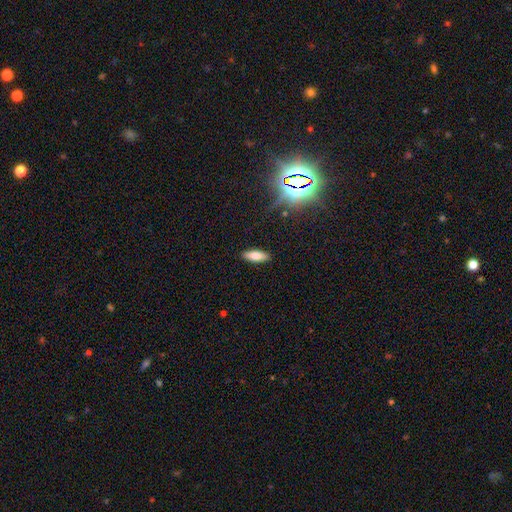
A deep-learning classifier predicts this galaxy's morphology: Smooth or featured? smooth (77%)
How rounded? in between (65%)
Merging? none (89%)